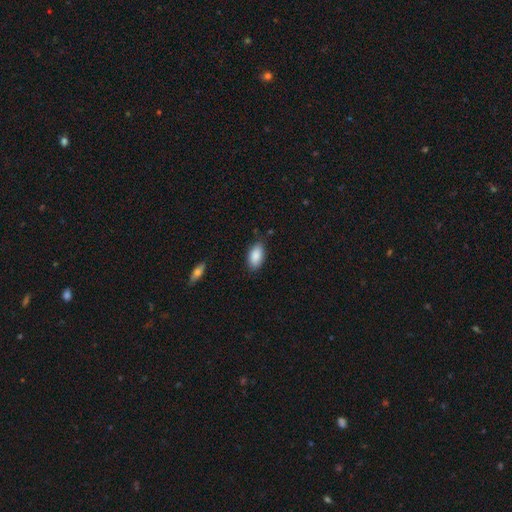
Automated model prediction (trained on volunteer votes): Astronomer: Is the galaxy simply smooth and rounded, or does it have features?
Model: smooth — 88%.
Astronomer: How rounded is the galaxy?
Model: in between — 93%.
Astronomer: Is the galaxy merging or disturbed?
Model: none — 80%.